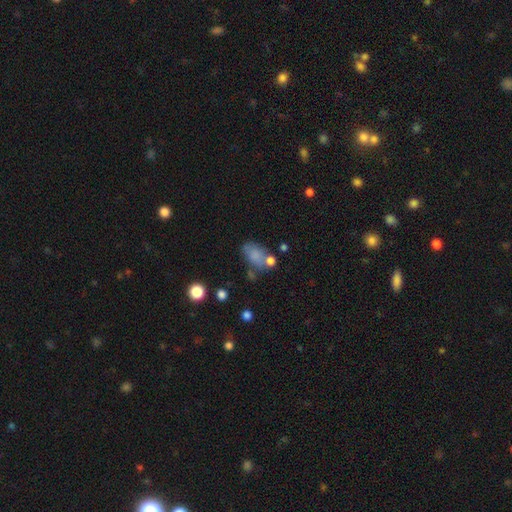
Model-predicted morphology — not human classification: Smooth or featured? smooth (75%)
How rounded? in between (85%)
Merging? none (44%)